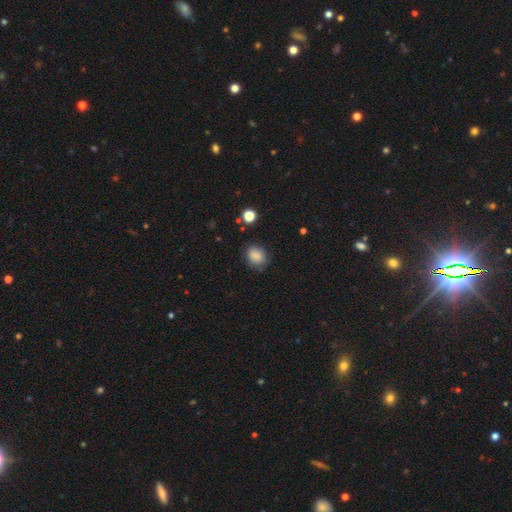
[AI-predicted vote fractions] Smooth or featured?
  - smooth: 85% *
  - star or artifact: 10%
  - featured or disk: 5%
How rounded?
  - round: 51% *
  - in between: 48%
  - cigar-shaped: 1%
Merging?
  - none: 76% *
  - minor disturbance: 18%
  - major disturbance: 4%
  - merger: 2%